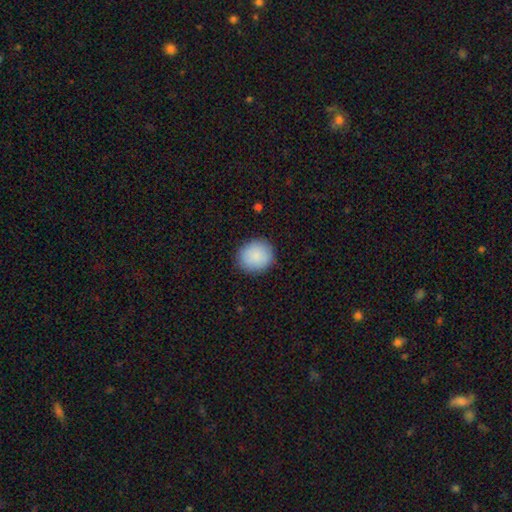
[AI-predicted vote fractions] The model was most divided on "how rounded": round: 84%, in between: 15%, cigar-shaped: 1%. More confident: smooth or featured — smooth (88%); merging — none (88%).